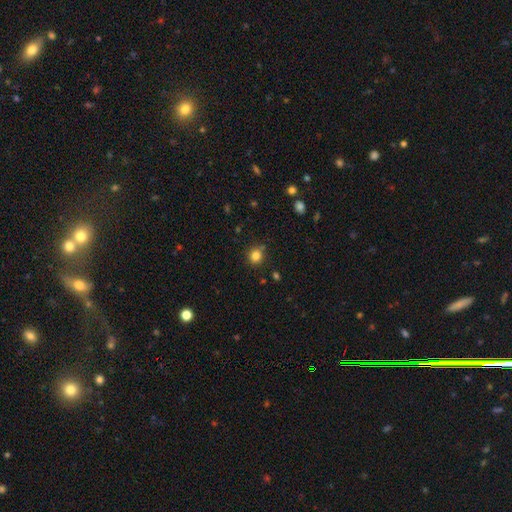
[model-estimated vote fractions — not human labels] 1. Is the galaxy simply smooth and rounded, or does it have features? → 82% smooth, 13% star or artifact, 5% featured or disk.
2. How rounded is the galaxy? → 89% round, 10% in between, 1% cigar-shaped.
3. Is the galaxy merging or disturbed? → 84% none, 10% minor disturbance, 4% merger, 3% major disturbance.